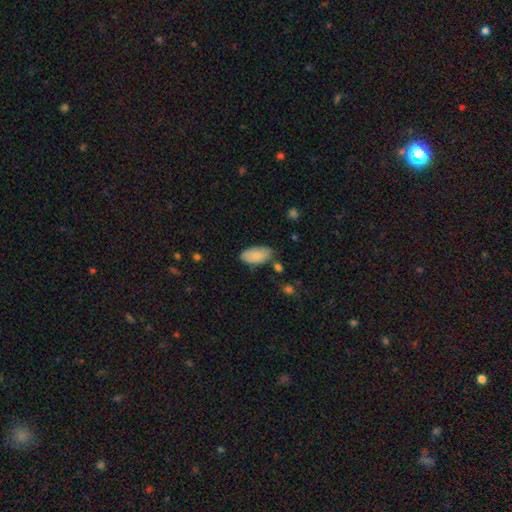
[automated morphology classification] smooth-or-featured: smooth: 83% | featured or disk: 11% | star or artifact: 6%
  how-rounded: in between: 95% | cigar-shaped: 3% | round: 3%
  merging: none: 70% | minor disturbance: 21% | merger: 5% | major disturbance: 4%